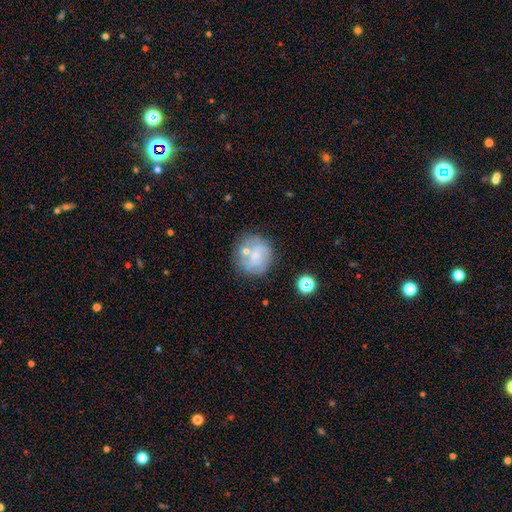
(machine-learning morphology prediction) type=featured or disk (47%); merging=none (60%).